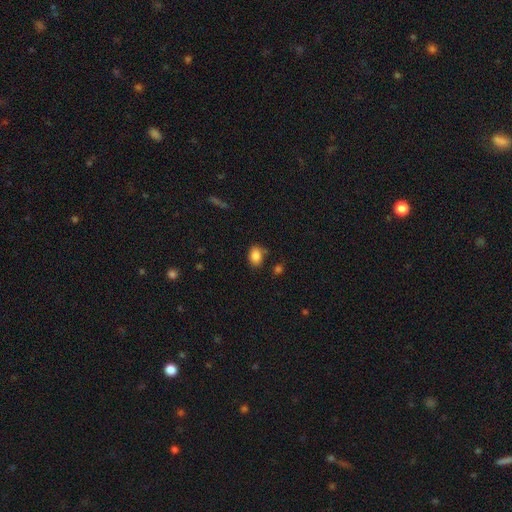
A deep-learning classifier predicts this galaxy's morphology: Smooth or featured?
  - smooth: 86% *
  - star or artifact: 9%
  - featured or disk: 5%
How rounded?
  - in between: 77% *
  - round: 22%
  - cigar-shaped: 1%
Merging?
  - none: 73% *
  - minor disturbance: 18%
  - merger: 5%
  - major disturbance: 5%